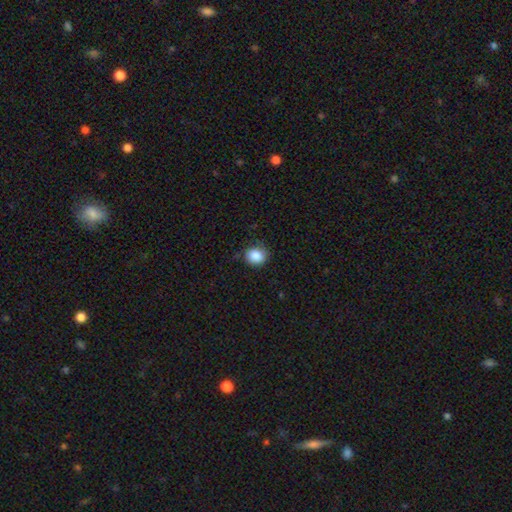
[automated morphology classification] Overall: smooth (87%). How rounded: round (66%; in between 34%). Merging: none (78%).